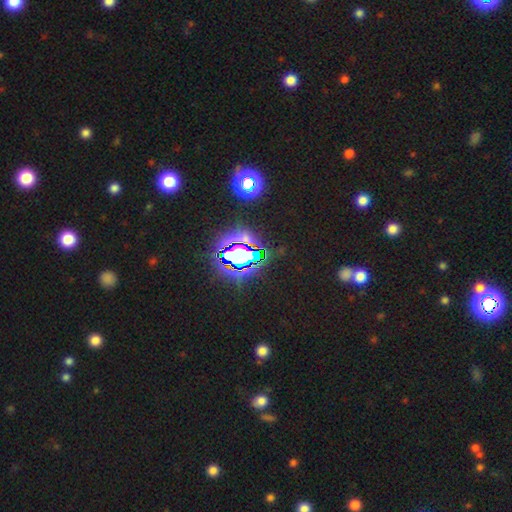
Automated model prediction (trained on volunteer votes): Smooth or featured? Predicted: star or artifact (p=0.77).